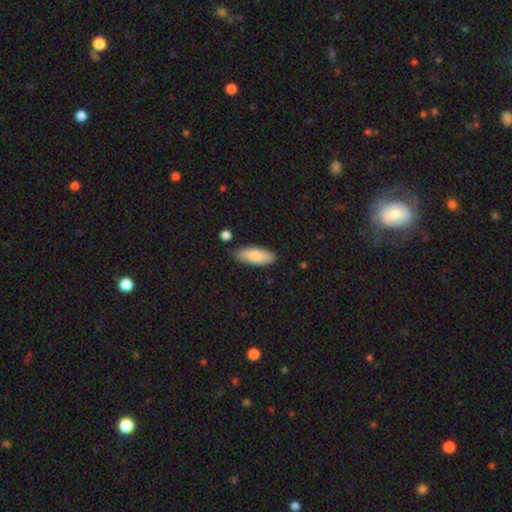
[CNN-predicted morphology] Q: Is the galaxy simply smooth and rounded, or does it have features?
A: smooth — 82%.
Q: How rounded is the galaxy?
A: in between — 80%.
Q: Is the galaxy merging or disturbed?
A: none — 81%.